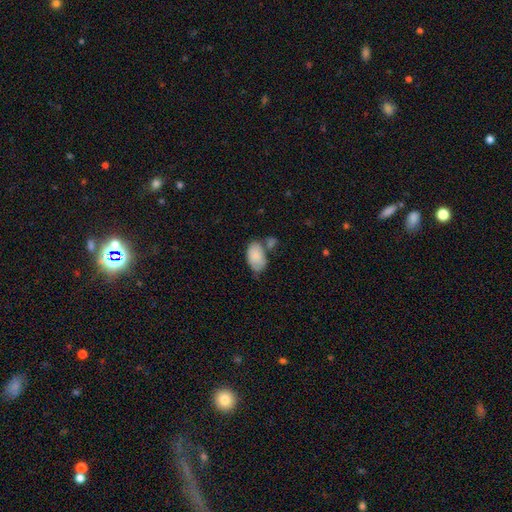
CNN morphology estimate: The model was most divided on "merging": none: 43%, minor disturbance: 25%, merger: 24%, major disturbance: 9%. More confident: how rounded — in between (93%); smooth or featured — smooth (81%).